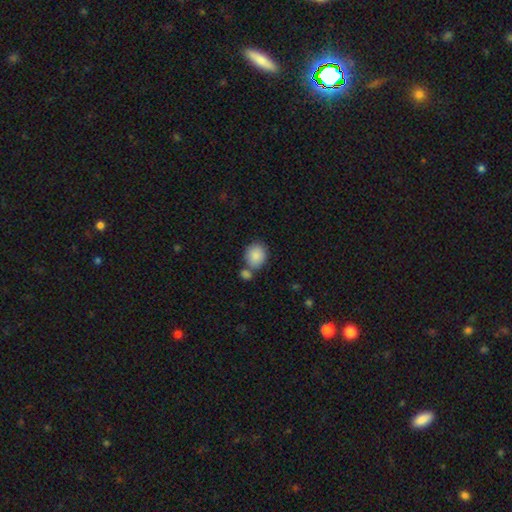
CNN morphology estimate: Smooth or featured? smooth (87%)
How rounded? round (64%)
Merging? none (57%)